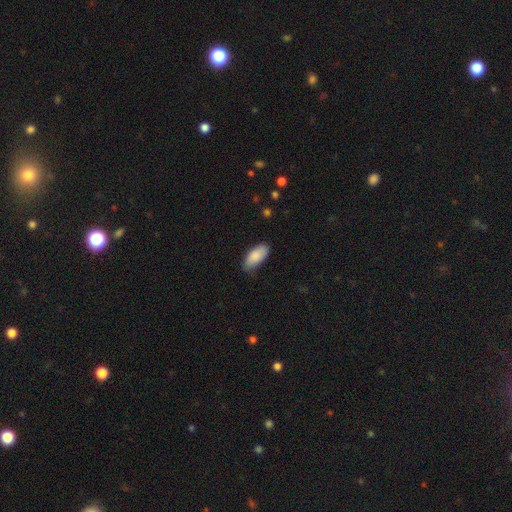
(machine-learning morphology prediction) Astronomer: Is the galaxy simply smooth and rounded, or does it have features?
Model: smooth — 88%.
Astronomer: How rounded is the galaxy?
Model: in between — 90%.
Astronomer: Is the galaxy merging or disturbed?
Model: none — 75%.